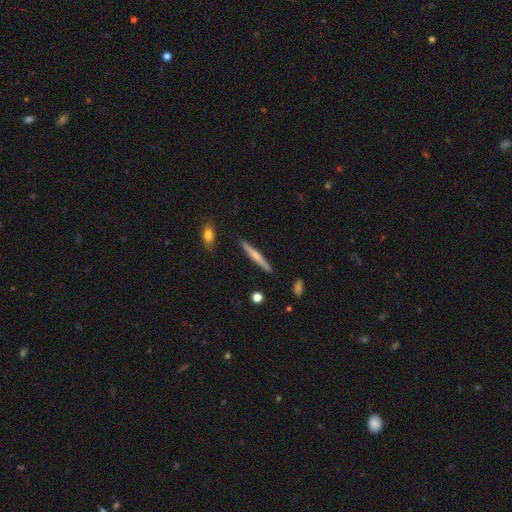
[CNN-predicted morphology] smooth-or-featured: smooth: 52% | featured or disk: 42% | star or artifact: 6%
  how-rounded: cigar-shaped: 95% | in between: 3% | round: 2%
  merging: none: 89% | minor disturbance: 8% | merger: 2% | major disturbance: 2%